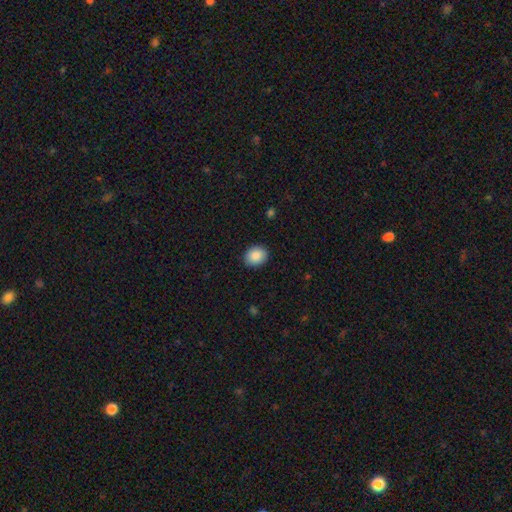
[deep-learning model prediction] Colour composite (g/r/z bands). It shows a smooth galaxy with no disk features (89%) that is round (56%). Merging: none (90%).